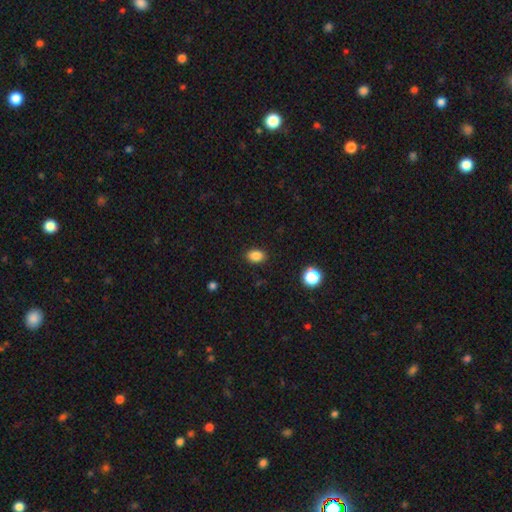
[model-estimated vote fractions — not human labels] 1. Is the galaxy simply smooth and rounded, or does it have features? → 86% smooth, 10% star or artifact, 4% featured or disk.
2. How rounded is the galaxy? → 76% in between, 23% round, 1% cigar-shaped.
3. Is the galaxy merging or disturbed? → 89% none, 8% minor disturbance, 2% major disturbance, 1% merger.